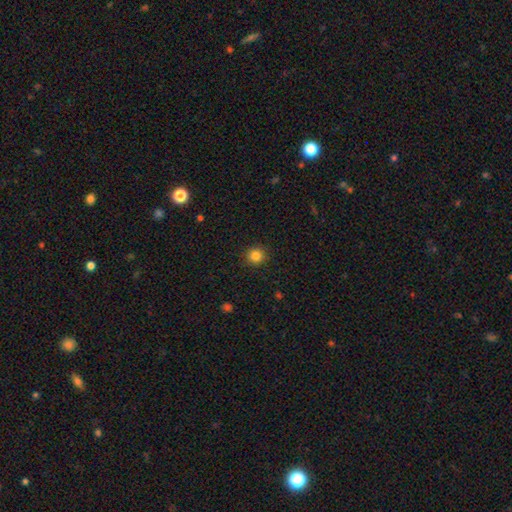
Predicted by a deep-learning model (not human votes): This is clearly a smooth galaxy (84%). How rounded: clearly round (92%). Merging: clearly none (91%).